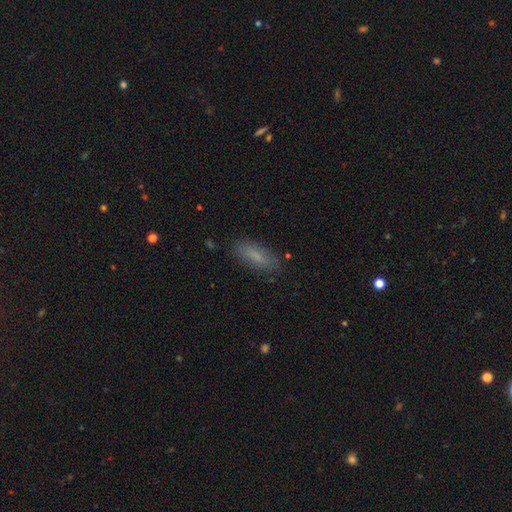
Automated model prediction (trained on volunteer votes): This appears to be a smooth galaxy with no disk features (78%) that is in between round and cigar-shaped (57%). Merging: none (82%).